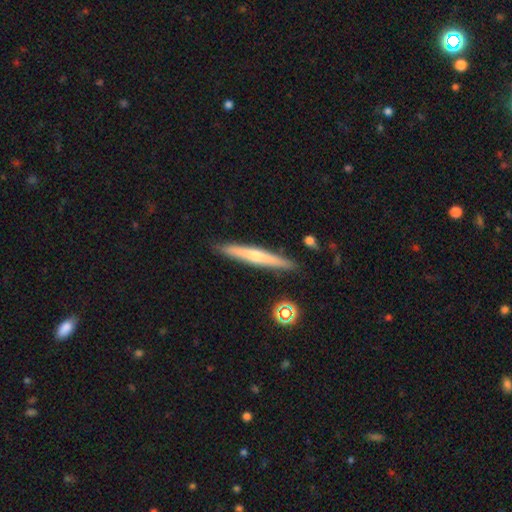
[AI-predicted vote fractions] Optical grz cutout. It shows a featured or disk galaxy (49%). Merging: none (89%).